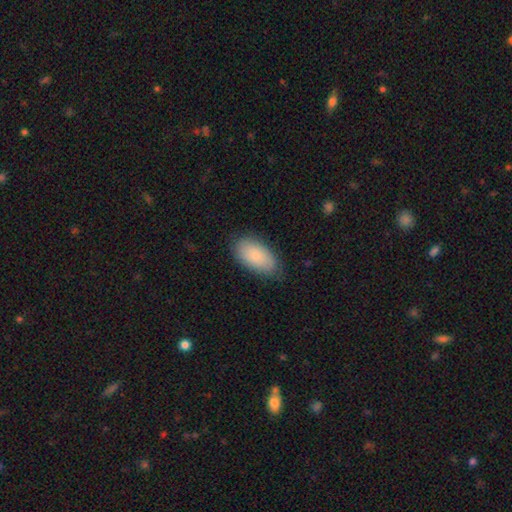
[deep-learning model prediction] A smooth galaxy with no disk features (83%) that is in between round and cigar-shaped (94%).

Vote fractions:
- Smooth or featured? smooth: 83% / featured or disk: 11% / star or artifact: 6%
- How rounded? in between: 94% / round: 3% / cigar-shaped: 3%
- Merging? none: 79% / minor disturbance: 17% / major disturbance: 3% / merger: 1%